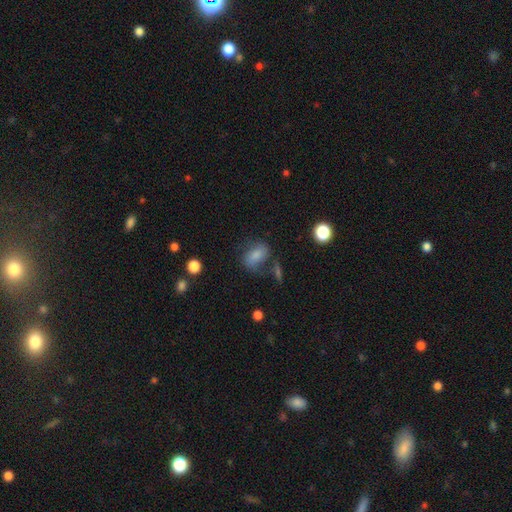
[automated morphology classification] This is likely a smooth galaxy (67%). How rounded: likely in between (80%). Merging: likely none (62%).